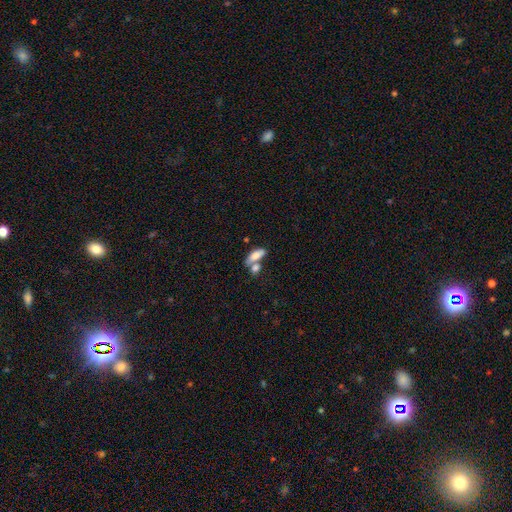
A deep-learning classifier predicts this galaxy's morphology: The model was most divided on "merging": merger: 46%, none: 36%, minor disturbance: 12%, major disturbance: 6%. More confident: smooth or featured — smooth (75%); how rounded — in between (74%).